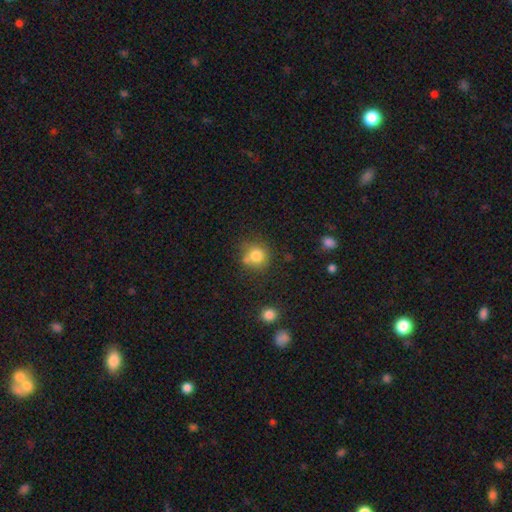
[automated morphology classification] Smooth or featured? smooth (80%)
How rounded? round (88%)
Merging? none (68%)